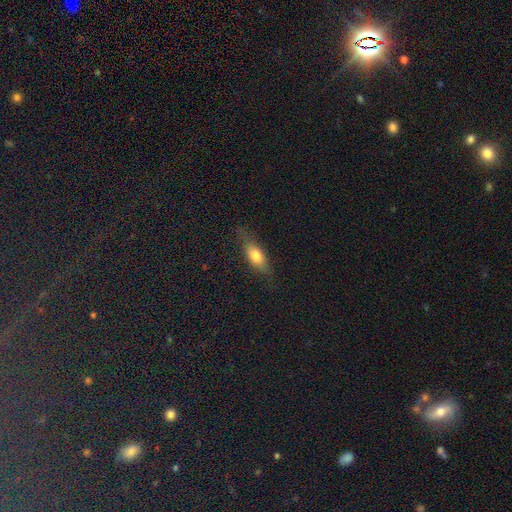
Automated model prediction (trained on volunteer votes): Smooth or featured?
  - smooth: 69% *
  - featured or disk: 23%
  - star or artifact: 8%
How rounded?
  - in between: 68% *
  - cigar-shaped: 28%
  - round: 4%
Merging?
  - none: 72% *
  - minor disturbance: 20%
  - major disturbance: 7%
  - merger: 1%